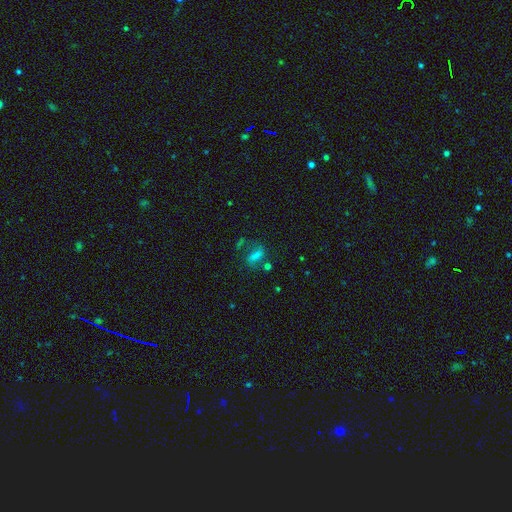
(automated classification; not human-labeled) Q: Smooth or featured?
A: smooth (49%); runner-up: featured or disk (29%)
Q: Merging?
A: none (58%); runner-up: minor disturbance (19%)